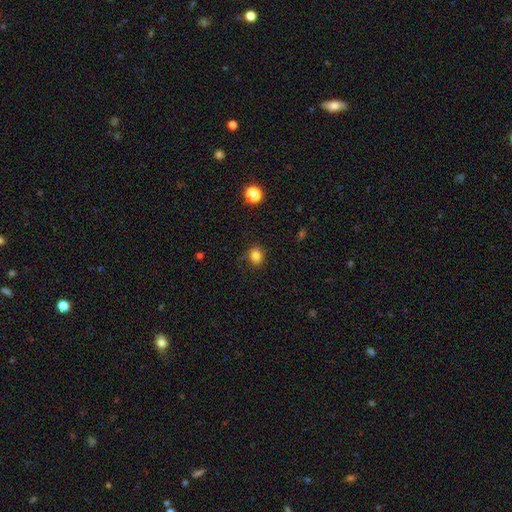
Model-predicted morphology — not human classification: The model was most divided on "how rounded": round: 72%, in between: 27%, cigar-shaped: 1%. More confident: smooth or featured — smooth (81%); merging — none (78%).